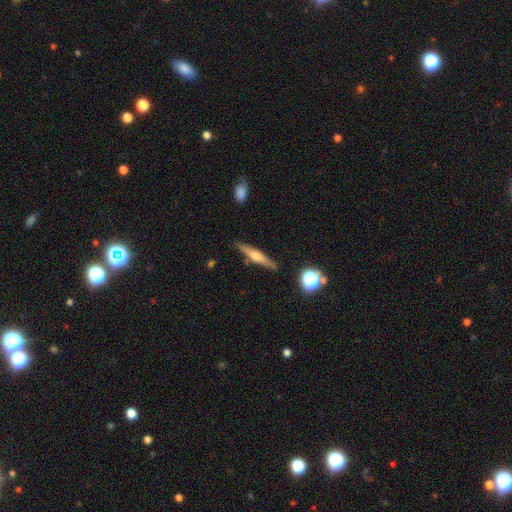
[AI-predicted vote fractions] featured or disk 59%, smooth 34%, star or artifact 7%. Down the decision tree: edge-on disk — yes (96%); edge-on bulge — rounded (83%); merging — none (87%).